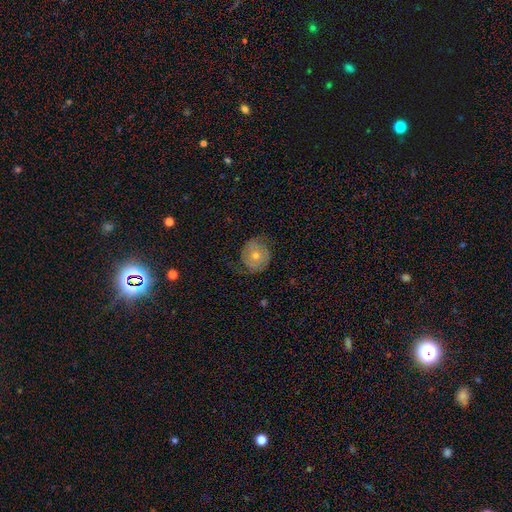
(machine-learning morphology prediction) Smooth or featured? Predicted: featured or disk (p=0.66). Edge-on disk? Predicted: no (p=0.97). Bar? Predicted: no (p=0.81). Spiral arms? Predicted: yes (p=0.83). Spiral winding? Predicted: tight (p=0.62). Spiral arm count? Predicted: 2 (p=0.62). Bulge size? Predicted: moderate (p=0.55). Merging? Predicted: none (p=0.75).